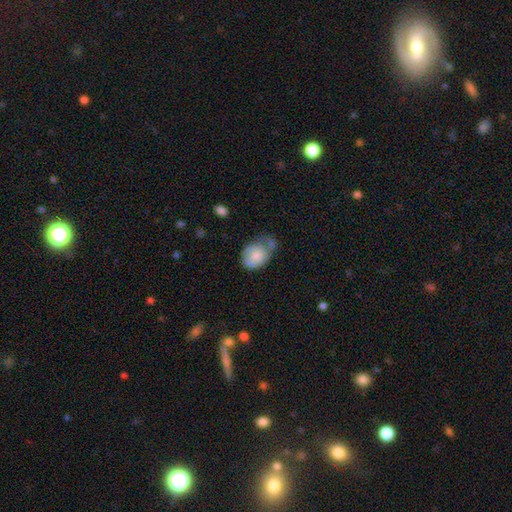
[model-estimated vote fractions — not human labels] smooth 70%, featured or disk 23%, star or artifact 7%. Down the decision tree: how rounded — in between (70%); merging — minor disturbance (36%).